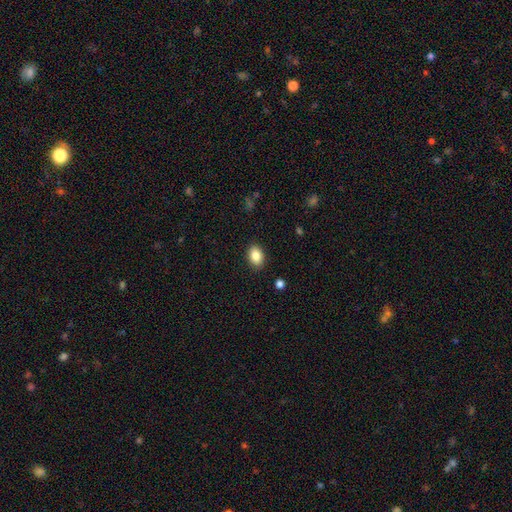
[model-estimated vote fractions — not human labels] Overall: smooth (85%). How rounded: in between (83%). Merging: none (89%).